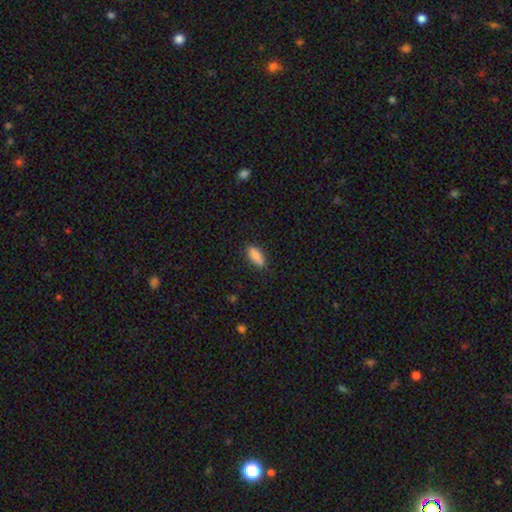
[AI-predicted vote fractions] Morphology: type=smooth (86%); roundness=in between (76%); merging=none (83%).